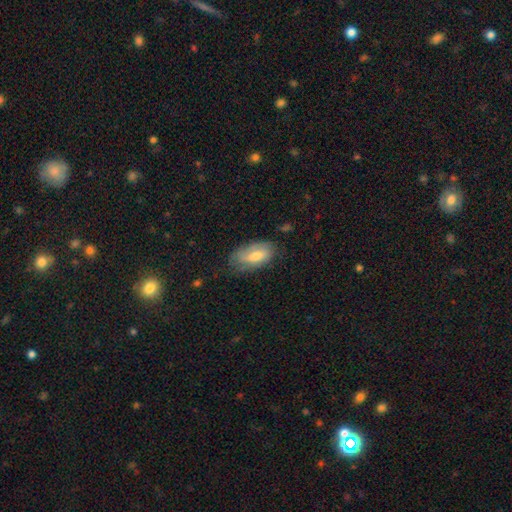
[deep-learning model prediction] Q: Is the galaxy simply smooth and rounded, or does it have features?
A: smooth — 64%.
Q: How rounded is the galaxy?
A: in between — 91%.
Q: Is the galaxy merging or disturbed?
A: none — 62%.